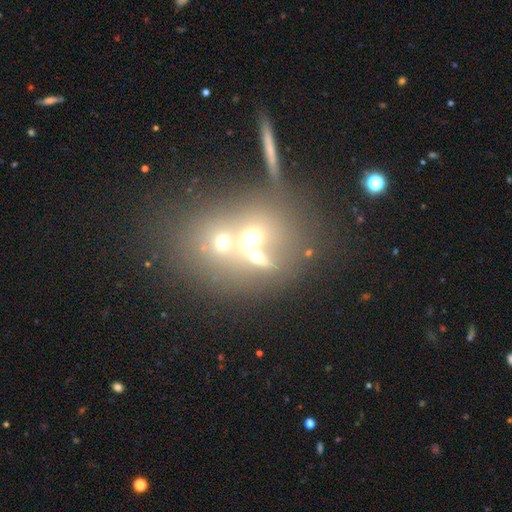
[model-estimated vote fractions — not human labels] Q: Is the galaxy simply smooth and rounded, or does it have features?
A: smooth — 54%.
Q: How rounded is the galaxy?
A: round — 60%.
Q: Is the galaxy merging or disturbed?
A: merger — 61%.